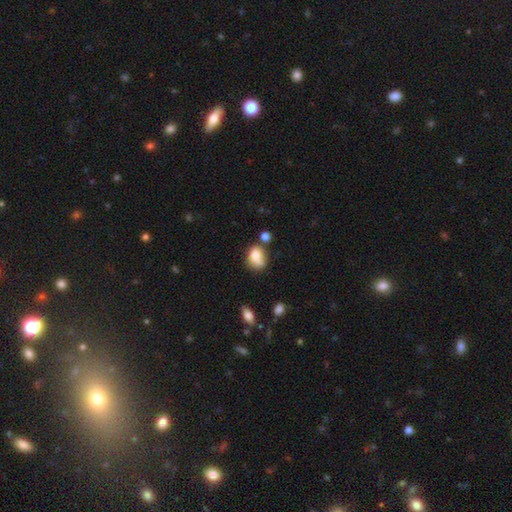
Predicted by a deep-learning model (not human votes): smooth_or_featured: smooth (p=0.77) [alt: featured or disk p=0.14]
how_rounded: in between (p=0.59) [alt: round p=0.40]
merging: none (p=0.41) [alt: minor disturbance p=0.26]